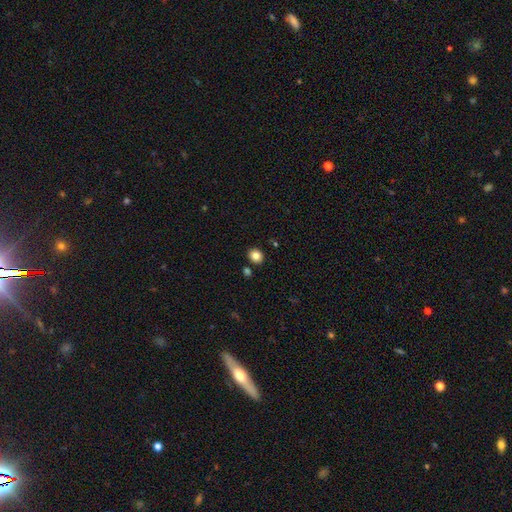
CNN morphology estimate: smooth_or_featured: smooth (p=0.84) [alt: star or artifact p=0.11]
how_rounded: round (p=0.70) [alt: in between p=0.29]
merging: none (p=0.86) [alt: minor disturbance p=0.08]